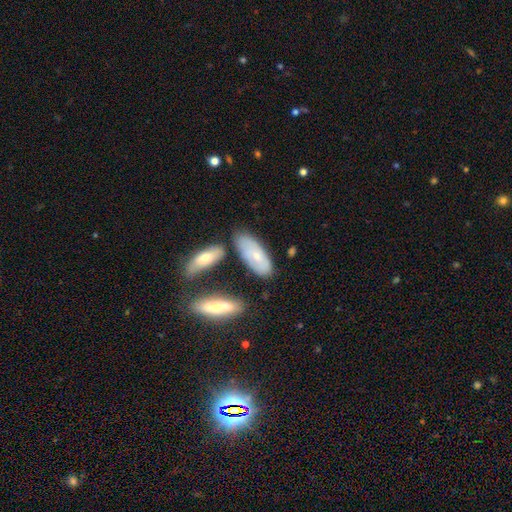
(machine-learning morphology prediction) This appears to be a smooth galaxy with no disk features (63%) that is in between round and cigar-shaped (78%). Merging: none (65%).